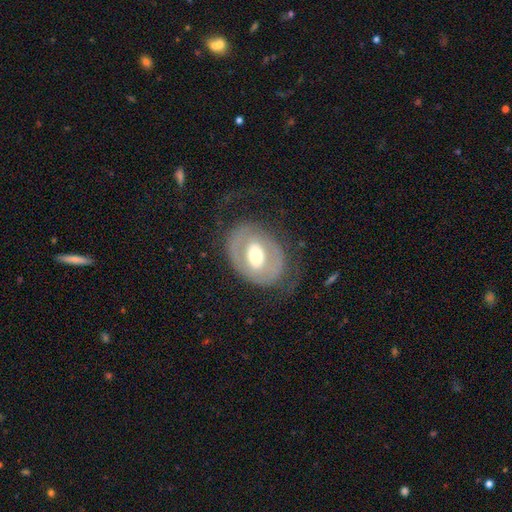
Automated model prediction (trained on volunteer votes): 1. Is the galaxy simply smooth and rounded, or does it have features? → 59% featured or disk, 35% smooth, 6% star or artifact.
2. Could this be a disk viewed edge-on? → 94% no, 6% yes.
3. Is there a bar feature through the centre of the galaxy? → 56% no, 28% weak, 17% strong.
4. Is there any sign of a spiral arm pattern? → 72% no, 28% yes.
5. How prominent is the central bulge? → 65% moderate, 20% large, 12% small, 2% dominant, 1% none.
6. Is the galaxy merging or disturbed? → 65% none, 18% minor disturbance, 16% major disturbance, 1% merger.